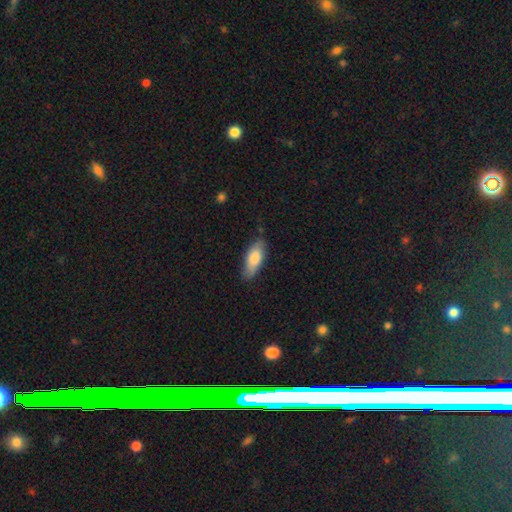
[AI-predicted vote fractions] Q: Smooth or featured?
A: smooth (75%); runner-up: featured or disk (19%)
Q: How rounded?
A: in between (74%); runner-up: cigar-shaped (24%)
Q: Merging?
A: none (82%); runner-up: minor disturbance (14%)